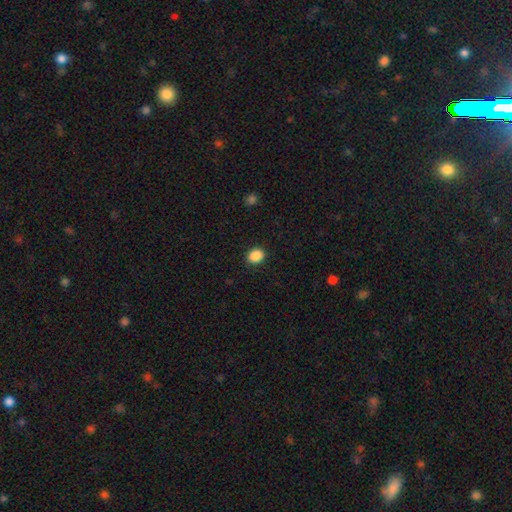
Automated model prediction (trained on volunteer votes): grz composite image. It shows a smooth galaxy with no disk features (88%) that is round (60%). Merging: none (90%).